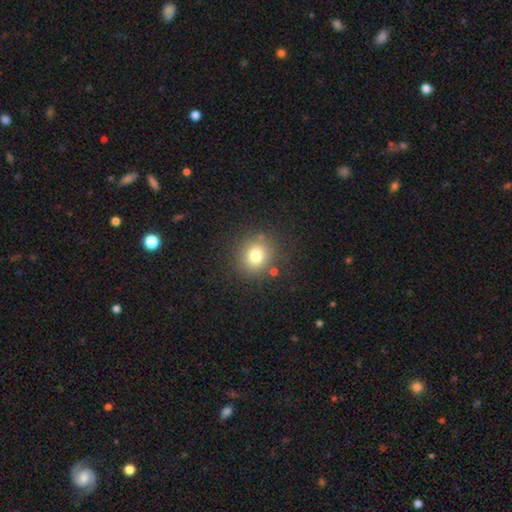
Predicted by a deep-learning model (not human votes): smooth-or-featured: smooth: 77% | star or artifact: 14% | featured or disk: 9%
  how-rounded: round: 87% | in between: 12% | cigar-shaped: 1%
  merging: none: 84% | minor disturbance: 9% | major disturbance: 4% | merger: 4%